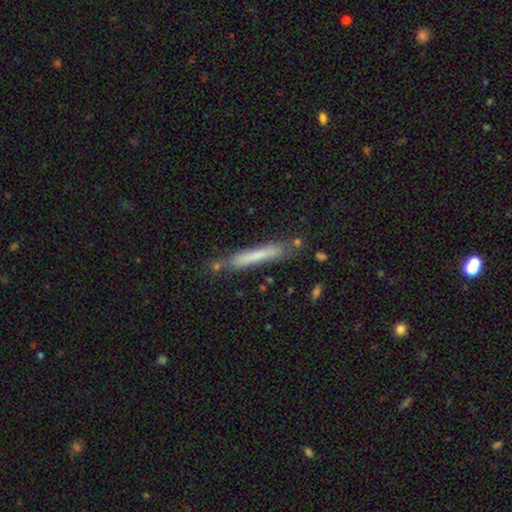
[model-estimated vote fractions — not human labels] Smooth or featured: smooth — 65% (featured or disk — 28%)
How rounded: cigar-shaped — 95% (in between — 4%)
Merging: none — 73% (minor disturbance — 17%)